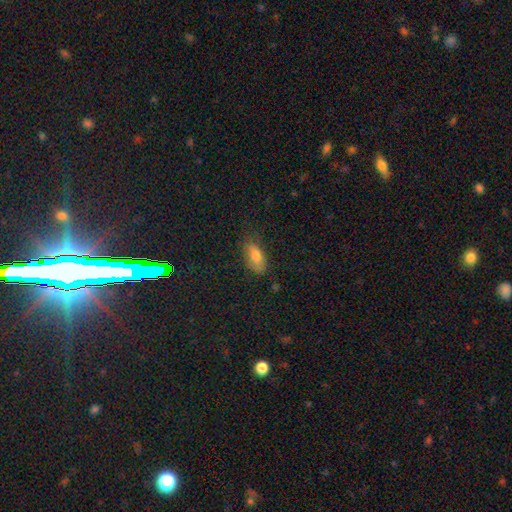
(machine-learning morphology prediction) Smooth or featured: smooth — 77% (featured or disk — 12%)
How rounded: in between — 85% (cigar-shaped — 11%)
Merging: none — 73% (minor disturbance — 20%)